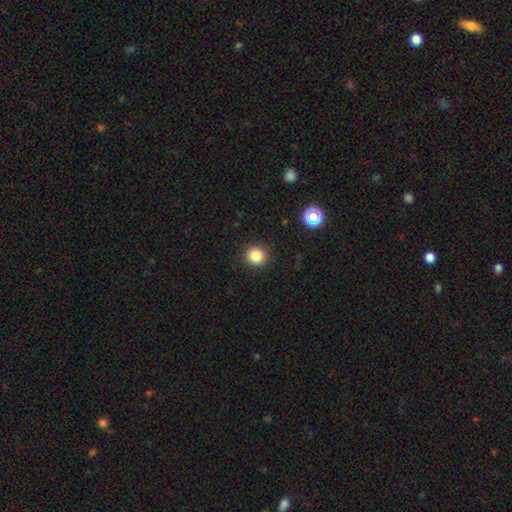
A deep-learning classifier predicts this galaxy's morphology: smooth 83%, star or artifact 13%, featured or disk 5%. Down the decision tree: how rounded — round (93%); merging — none (91%).